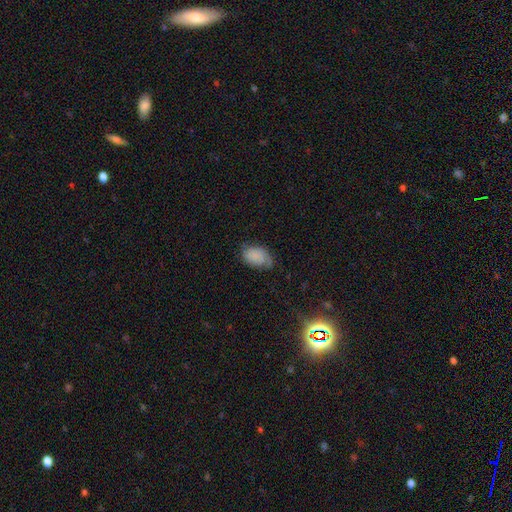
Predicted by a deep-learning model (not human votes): smooth 63%, featured or disk 27%, star or artifact 10%. Down the decision tree: how rounded — in between (87%); merging — none (51%).